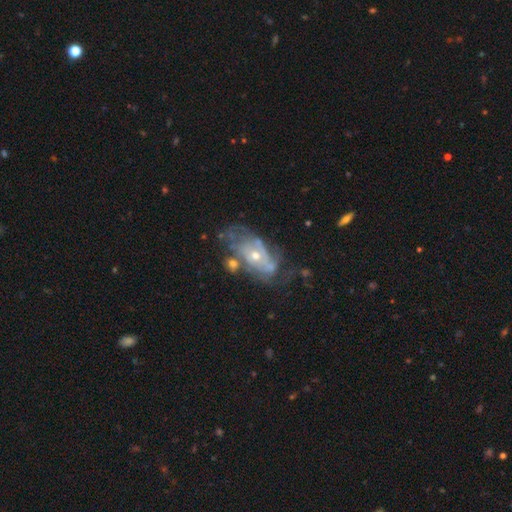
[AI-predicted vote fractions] Smooth or featured? featured or disk (77%)
Edge-on disk? no (94%)
Bar? no (76%)
Spiral arms? yes (70%)
Spiral winding? tight (52%)
Spiral arm count? can't tell (55%)
Bulge size? small (49%)
Merging? none (43%)